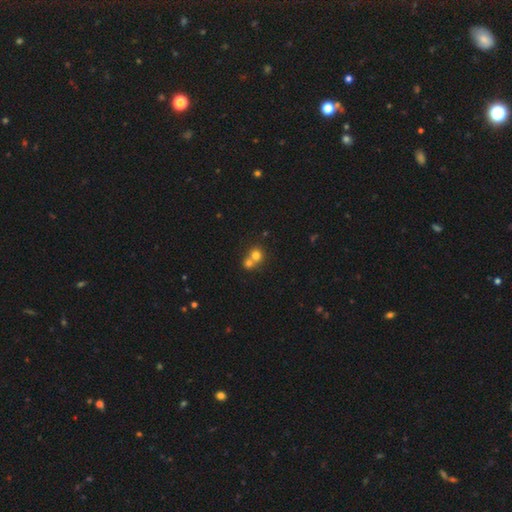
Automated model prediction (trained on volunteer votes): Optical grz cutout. It shows a smooth galaxy with no disk features (74%) that is round (84%). Merging: merger (56%).